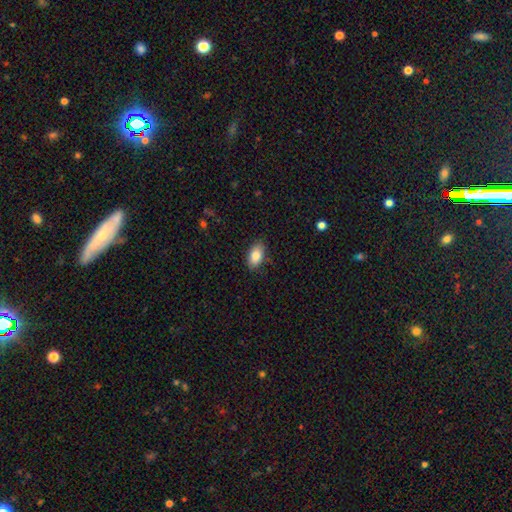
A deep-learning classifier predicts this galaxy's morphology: Smooth or featured?
  - smooth: 84% *
  - featured or disk: 9%
  - star or artifact: 7%
How rounded?
  - in between: 92% *
  - round: 5%
  - cigar-shaped: 3%
Merging?
  - none: 85% *
  - minor disturbance: 12%
  - major disturbance: 2%
  - merger: 1%